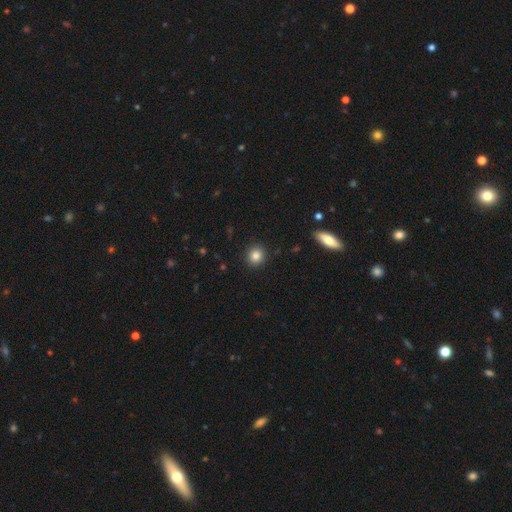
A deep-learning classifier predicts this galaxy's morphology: A smooth galaxy with no disk features (85%) that is round (89%).

Vote fractions:
- Smooth or featured? smooth: 85% / star or artifact: 10% / featured or disk: 5%
- How rounded? round: 89% / in between: 10% / cigar-shaped: 1%
- Merging? none: 91% / minor disturbance: 6% / major disturbance: 2% / merger: 1%